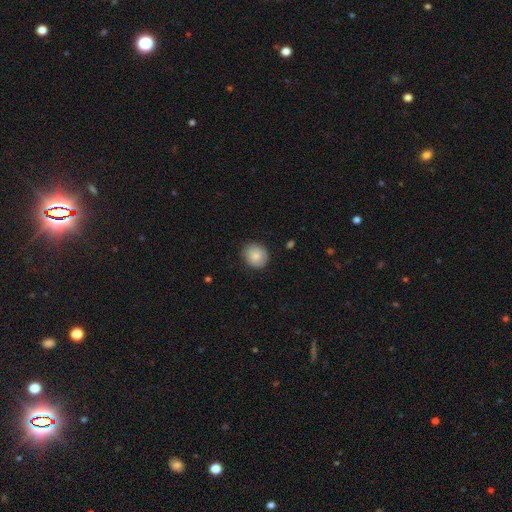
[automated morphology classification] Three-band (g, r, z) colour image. It shows a smooth galaxy with no disk features (83%) that is round (85%). Merging: none (84%).